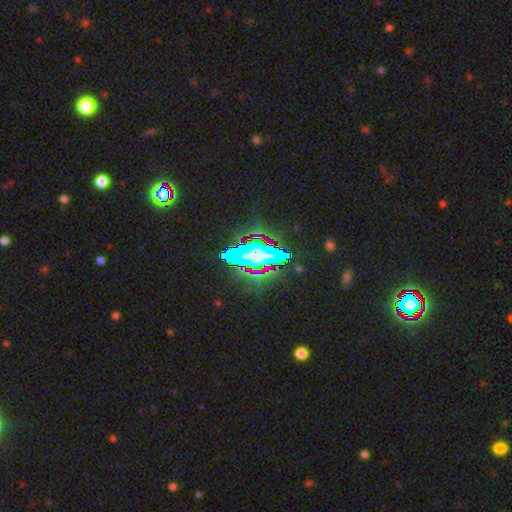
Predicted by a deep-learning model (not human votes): Smooth or featured: star or artifact — 56% (featured or disk — 23%)